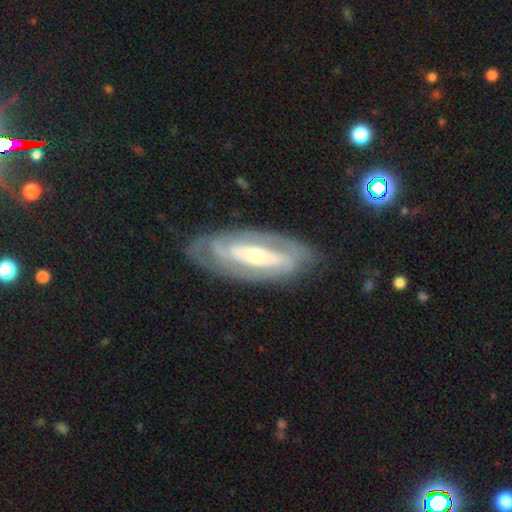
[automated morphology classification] Q: Smooth or featured?
A: featured or disk (82%); runner-up: smooth (13%)
Q: Edge-on disk?
A: no (88%); runner-up: yes (12%)
Q: Bar?
A: strong (42%); runner-up: no (32%)
Q: Spiral arms?
A: yes (79%); runner-up: no (21%)
Q: Spiral winding?
A: tight (60%); runner-up: medium (29%)
Q: Spiral arm count?
A: 2 (62%); runner-up: can't tell (25%)
Q: Bulge size?
A: moderate (49%); runner-up: small (44%)
Q: Merging?
A: none (80%); runner-up: minor disturbance (13%)